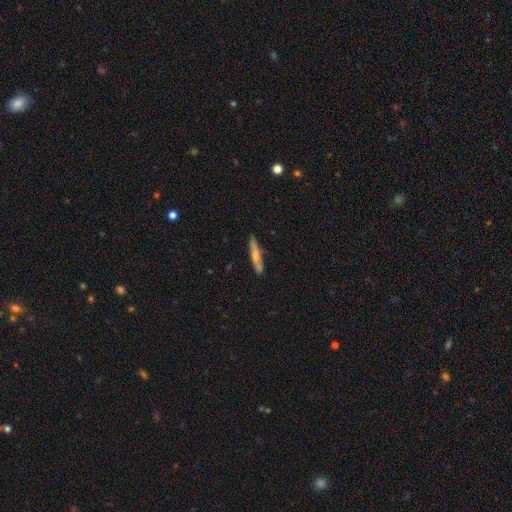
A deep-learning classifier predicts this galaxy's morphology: Smooth or featured? smooth (56%)
How rounded? cigar-shaped (89%)
Merging? none (79%)